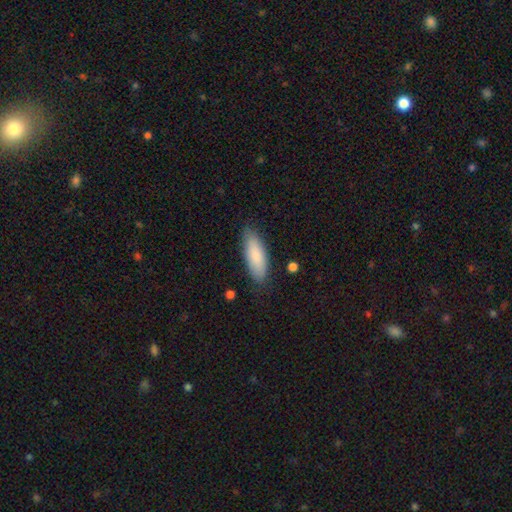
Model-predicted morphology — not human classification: smooth_or_featured: smooth (p=0.80) [alt: featured or disk p=0.14]
how_rounded: in between (p=0.66) [alt: cigar-shaped p=0.32]
merging: none (p=0.83) [alt: minor disturbance p=0.13]